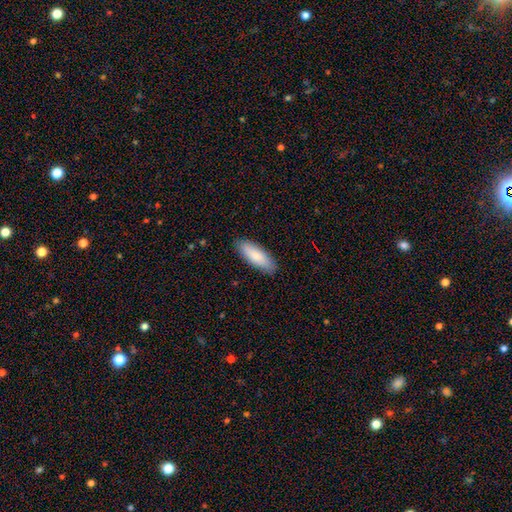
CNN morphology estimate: Q: Smooth or featured?
A: smooth (83%); runner-up: featured or disk (11%)
Q: How rounded?
A: in between (59%); runner-up: cigar-shaped (39%)
Q: Merging?
A: none (88%); runner-up: minor disturbance (9%)